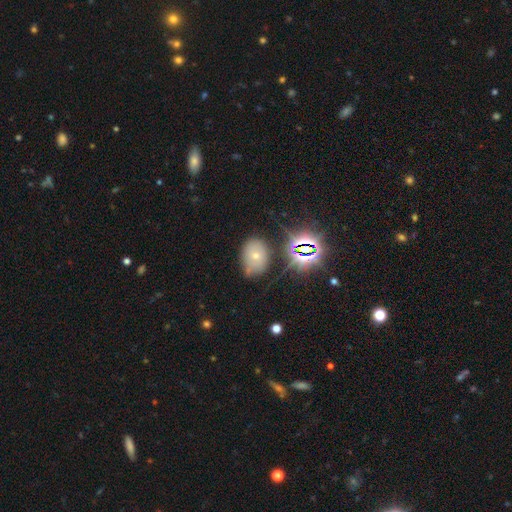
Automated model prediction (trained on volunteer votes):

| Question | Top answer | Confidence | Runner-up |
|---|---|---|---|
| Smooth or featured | smooth | 55% | star or artifact (24%) |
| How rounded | in between | 67% | round (32%) |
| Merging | none | 58% | minor disturbance (28%) |